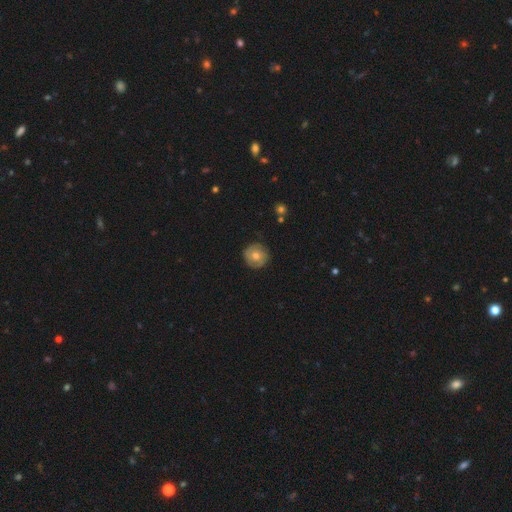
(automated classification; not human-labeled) Smooth or featured? Predicted: featured or disk (p=0.49). Merging? Predicted: none (p=0.85).